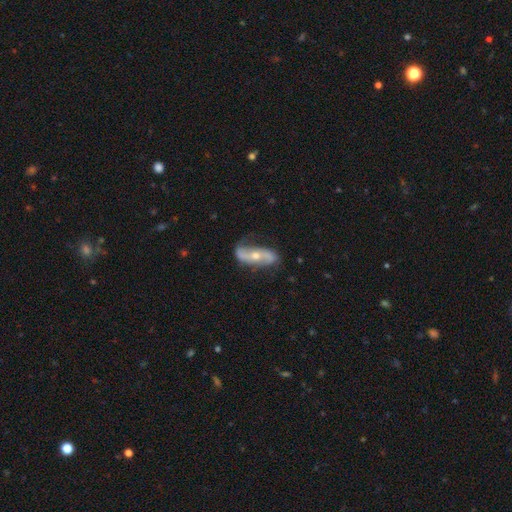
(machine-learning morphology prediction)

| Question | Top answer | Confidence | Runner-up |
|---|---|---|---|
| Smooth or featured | featured or disk | 79% | smooth (16%) |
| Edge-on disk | no | 87% | yes (13%) |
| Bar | no | 49% | strong (27%) |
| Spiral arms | yes | 91% | no (9%) |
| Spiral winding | loose | 71% | medium (20%) |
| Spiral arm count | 2 | 91% | can't tell (4%) |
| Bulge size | moderate | 51% | small (45%) |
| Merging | none | 70% | minor disturbance (20%) |